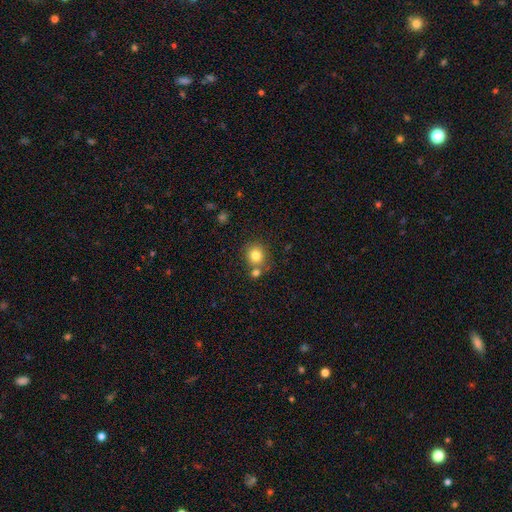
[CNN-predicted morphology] Smooth or featured? smooth (79%)
How rounded? round (84%)
Merging? none (65%)